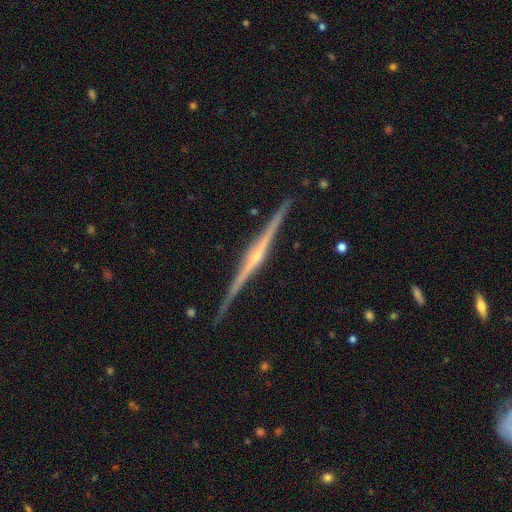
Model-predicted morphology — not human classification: This appears to be a featured or disk galaxy (88%) viewed edge-on (99%) with a rounded central bulge (76%). Merging: none (89%).